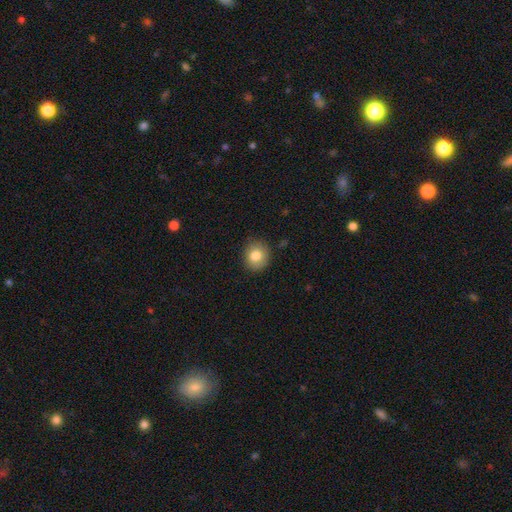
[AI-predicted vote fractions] Smooth or featured? smooth (81%)
How rounded? round (81%)
Merging? none (87%)